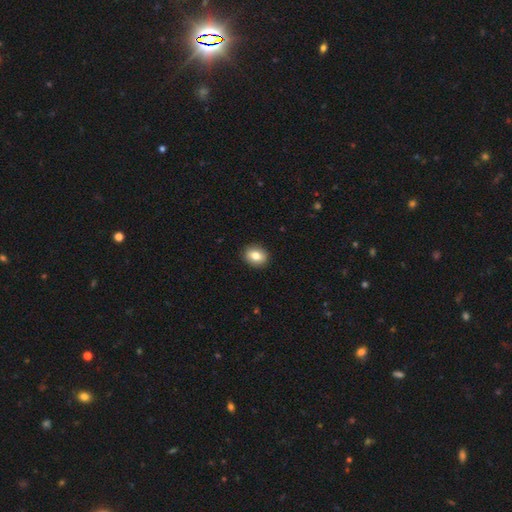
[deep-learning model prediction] Morphology: type=smooth (81%); roundness=round (53%); merging=none (91%).